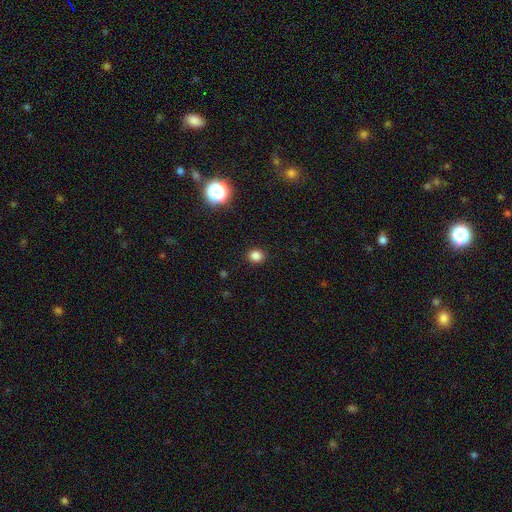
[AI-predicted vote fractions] Smooth or featured: smooth — 83% (star or artifact — 14%)
How rounded: round — 78% (in between — 21%)
Merging: none — 90% (minor disturbance — 6%)